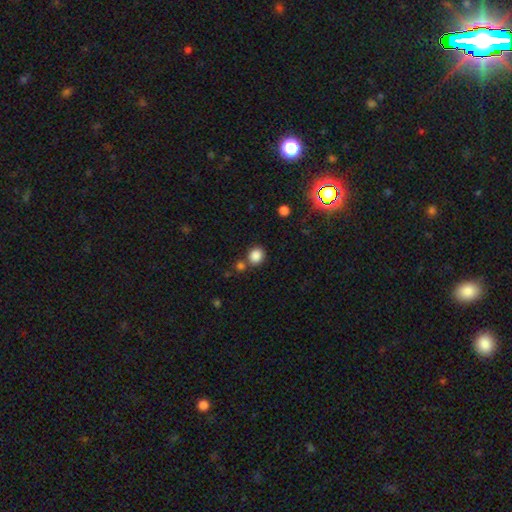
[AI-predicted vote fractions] A smooth galaxy with no disk features (85%) that is round (76%). Merging: none (72%).